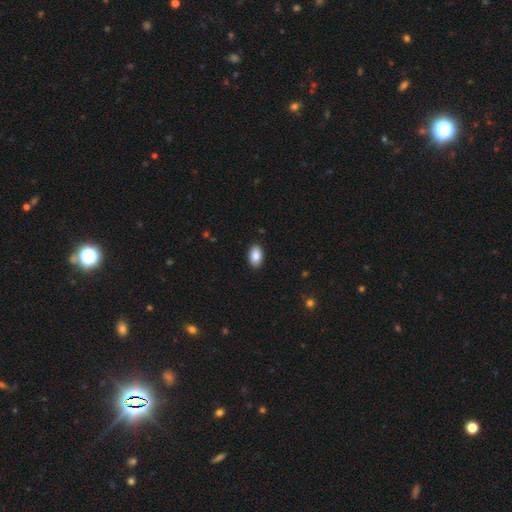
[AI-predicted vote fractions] This appears to be a smooth galaxy with no disk features (89%) that is in between round and cigar-shaped (93%). Merging: none (90%).